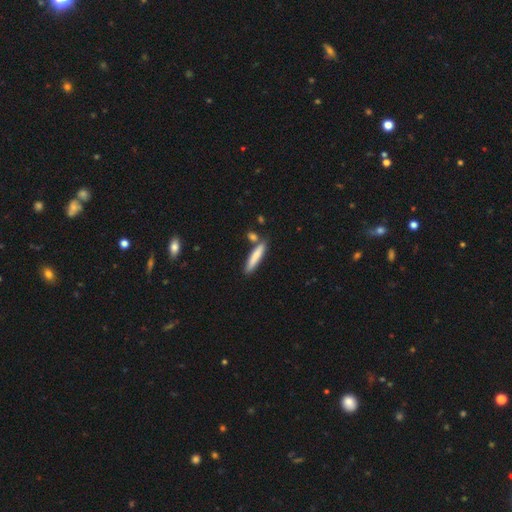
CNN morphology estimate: A smooth galaxy with no disk features (78%) that is cigar-shaped (89%).

Vote fractions:
- Smooth or featured? smooth: 78% / featured or disk: 16% / star or artifact: 6%
- How rounded? cigar-shaped: 89% / in between: 10% / round: 2%
- Merging? none: 75% / minor disturbance: 12% / merger: 10% / major disturbance: 3%